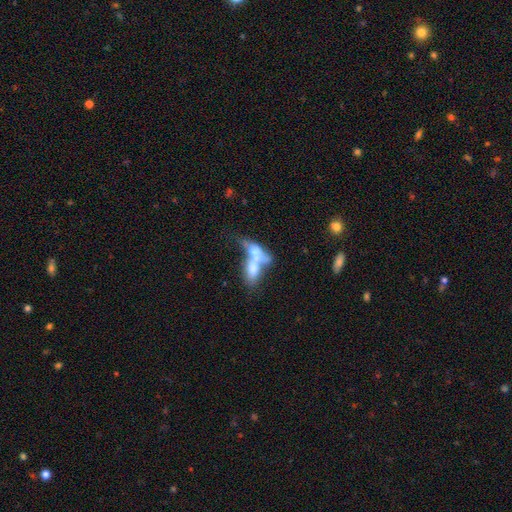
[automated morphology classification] type=smooth (54%); roundness=in between (74%); merging=merger (72%).